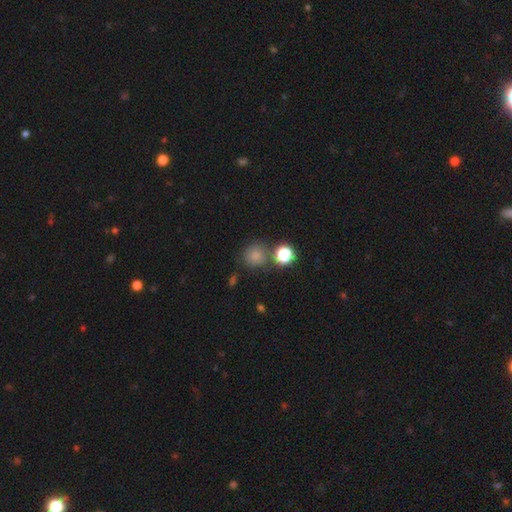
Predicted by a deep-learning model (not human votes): A smooth galaxy with no disk features (77%) that is round (90%). Merging: none (70%).